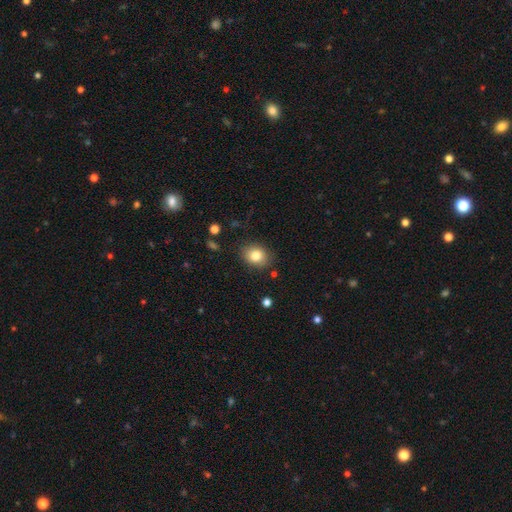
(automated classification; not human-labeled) This is clearly a smooth galaxy (81%). How rounded: possibly in between (52%). Merging: clearly none (84%).